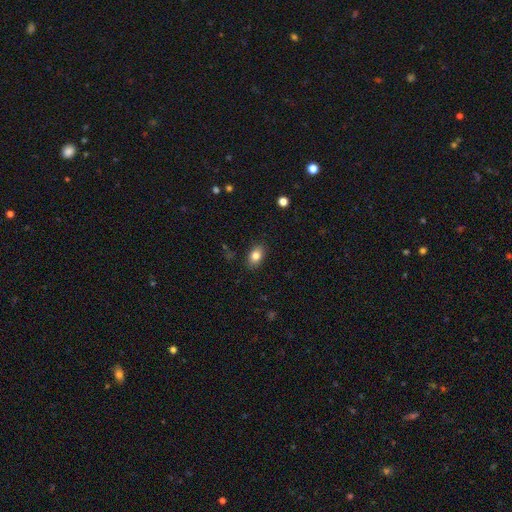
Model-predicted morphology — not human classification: The model was most divided on "how rounded": in between: 82%, round: 16%, cigar-shaped: 1%. More confident: merging — none (87%); smooth or featured — smooth (82%).